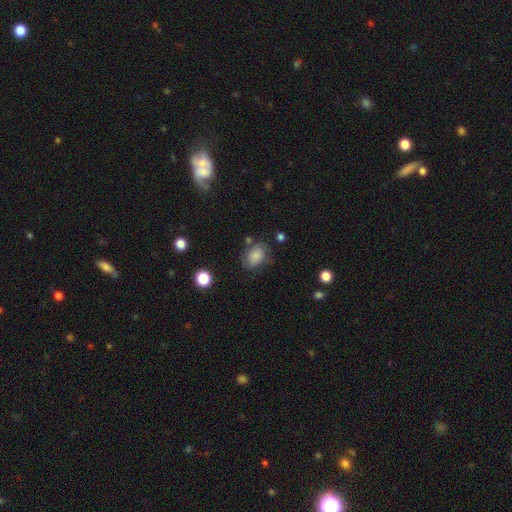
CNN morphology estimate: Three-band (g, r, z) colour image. It shows a smooth galaxy with no disk features (76%) that is in between round and cigar-shaped (75%). Merging: none (67%).